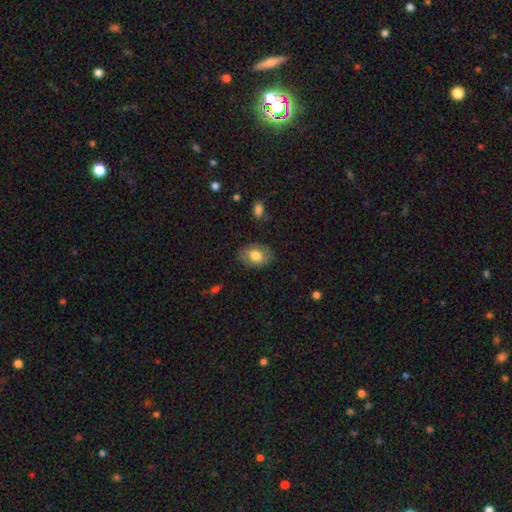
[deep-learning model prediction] This is likely a smooth galaxy (76%). How rounded: likely in between (79%). Merging: clearly none (84%).